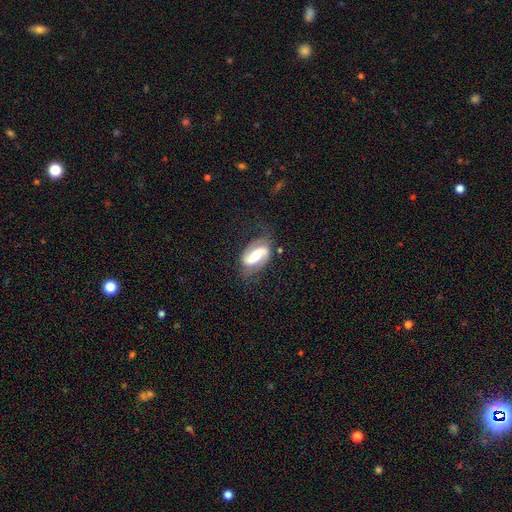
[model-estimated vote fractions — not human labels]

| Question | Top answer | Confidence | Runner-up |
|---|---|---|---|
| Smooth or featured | featured or disk | 81% | smooth (14%) |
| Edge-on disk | no | 96% | yes (4%) |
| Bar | strong | 49% | weak (31%) |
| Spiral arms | yes | 93% | no (7%) |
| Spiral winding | loose | 42% | medium (40%) |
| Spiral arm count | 2 | 90% | can't tell (4%) |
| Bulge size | moderate | 56% | small (24%) |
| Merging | none | 67% | minor disturbance (21%) |